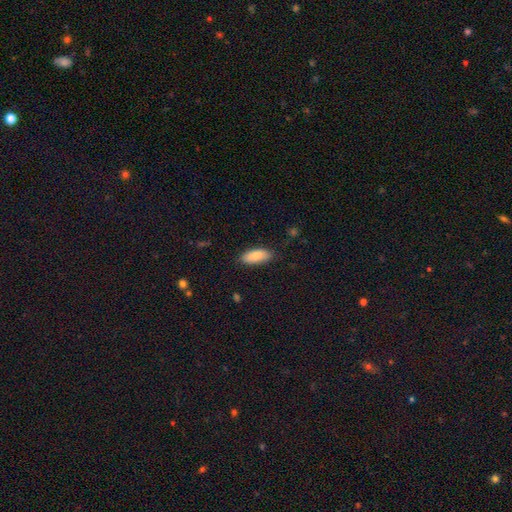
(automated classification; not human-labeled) Smooth or featured? Predicted: smooth (p=0.85). How rounded? Predicted: in between (p=0.84). Merging? Predicted: none (p=0.84).